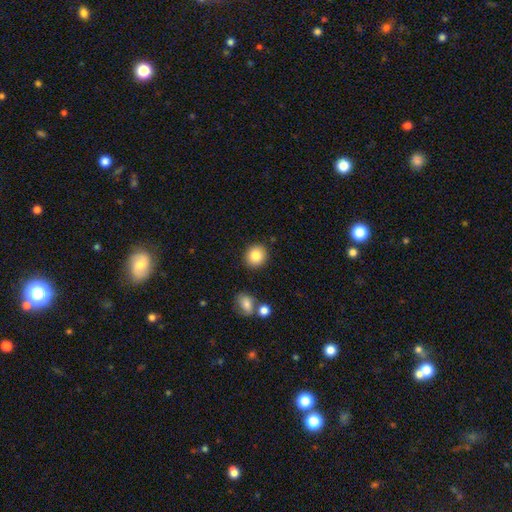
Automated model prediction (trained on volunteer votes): This is clearly a smooth galaxy (84%). How rounded: clearly round (84%). Merging: clearly none (88%).